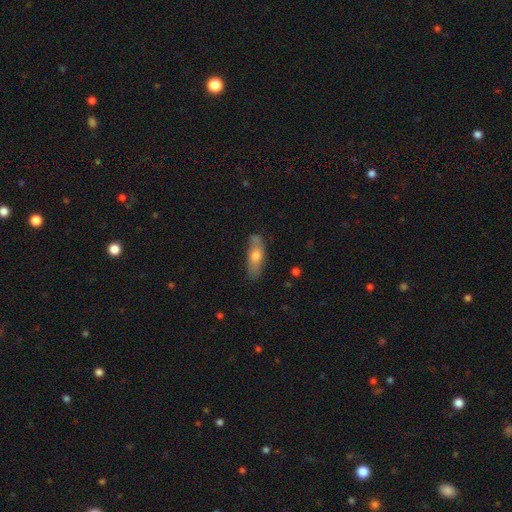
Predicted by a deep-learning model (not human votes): The model was most divided on "how rounded": in between: 58%, cigar-shaped: 39%, round: 3%. More confident: merging — none (73%); smooth or featured — smooth (62%).